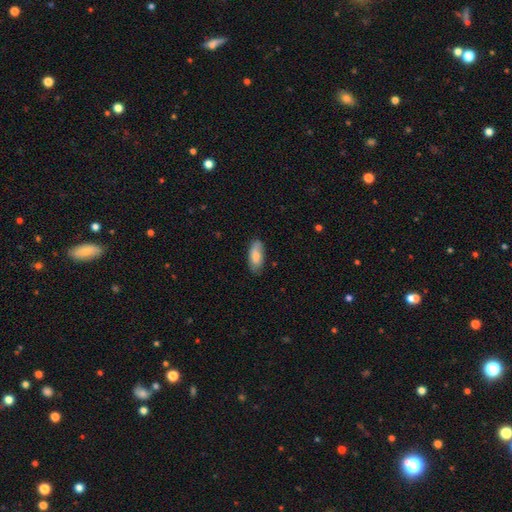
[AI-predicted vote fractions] Smooth or featured: smooth — 78% (featured or disk — 16%)
How rounded: in between — 86% (cigar-shaped — 12%)
Merging: none — 79% (minor disturbance — 17%)